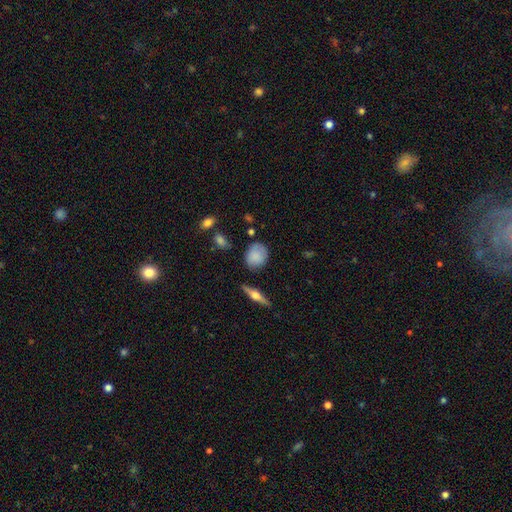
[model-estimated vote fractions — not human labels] Morphology: type=smooth (77%); roundness=round (55%); merging=none (73%).